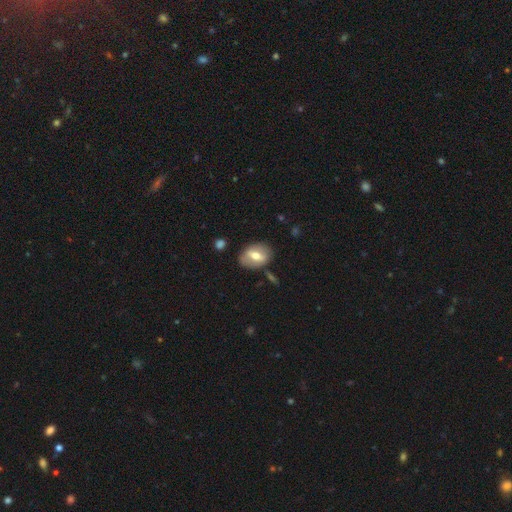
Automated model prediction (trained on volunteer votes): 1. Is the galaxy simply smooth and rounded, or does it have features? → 49% smooth, 44% featured or disk, 7% star or artifact.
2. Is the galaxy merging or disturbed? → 78% none, 14% minor disturbance, 4% major disturbance, 4% merger.